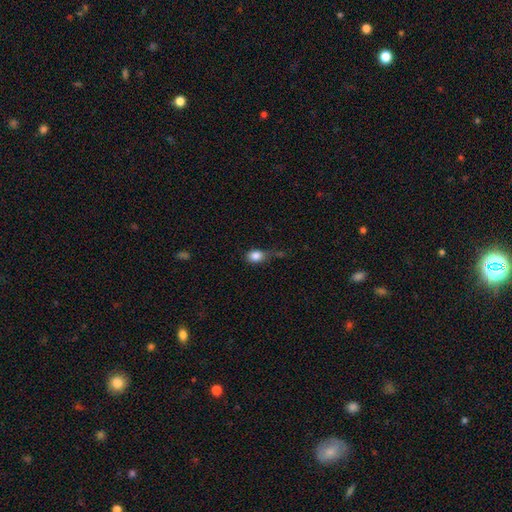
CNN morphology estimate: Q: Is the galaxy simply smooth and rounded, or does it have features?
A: smooth — 84%.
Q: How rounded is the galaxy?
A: in between — 62%.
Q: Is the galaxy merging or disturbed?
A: none — 48%.